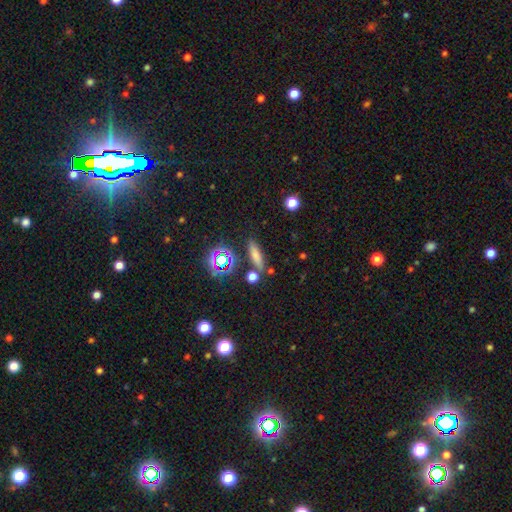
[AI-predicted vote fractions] smooth_or_featured: smooth (p=0.66) [alt: star or artifact p=0.19]
how_rounded: cigar-shaped (p=0.67) [alt: in between p=0.25]
merging: none (p=0.78) [alt: minor disturbance p=0.11]